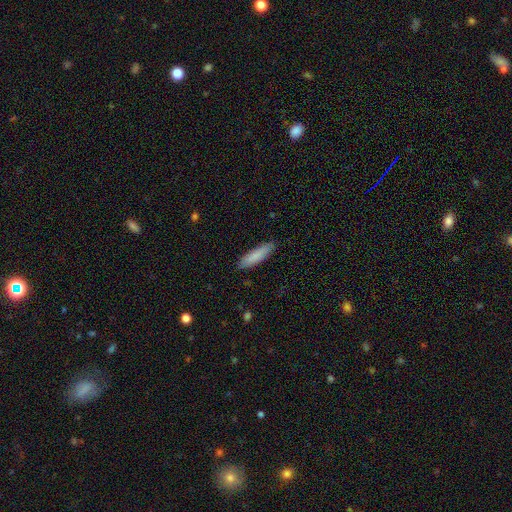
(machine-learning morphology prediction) smooth 85%, featured or disk 10%, star or artifact 6%. Down the decision tree: how rounded — cigar-shaped (73%); merging — none (89%).